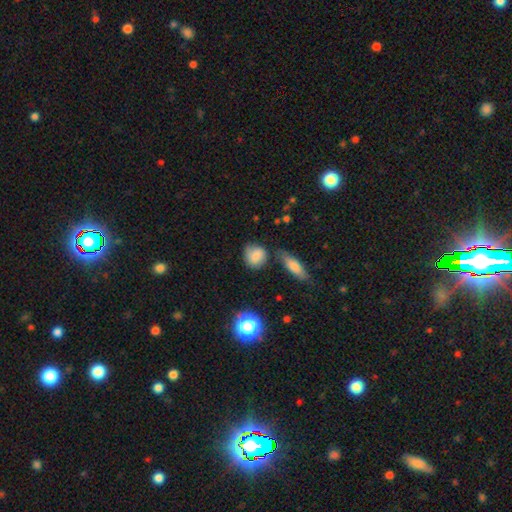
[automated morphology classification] The model was most divided on "merging": none: 66%, minor disturbance: 21%, merger: 7%, major disturbance: 6%. More confident: smooth or featured — smooth (78%); how rounded — round (74%).